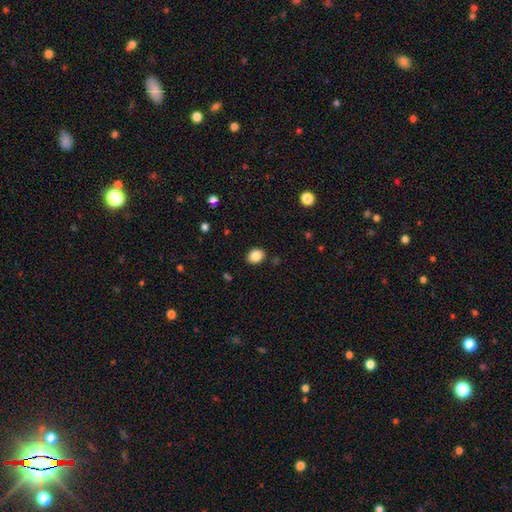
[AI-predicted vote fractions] A smooth galaxy with no disk features (86%) that is round (52%). Merging: none (88%).